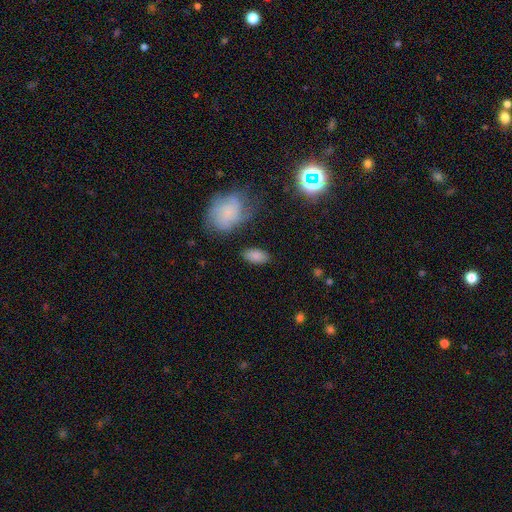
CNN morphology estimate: This appears to be a smooth galaxy with no disk features (84%) that is in between round and cigar-shaped (93%). Merging: none (81%).